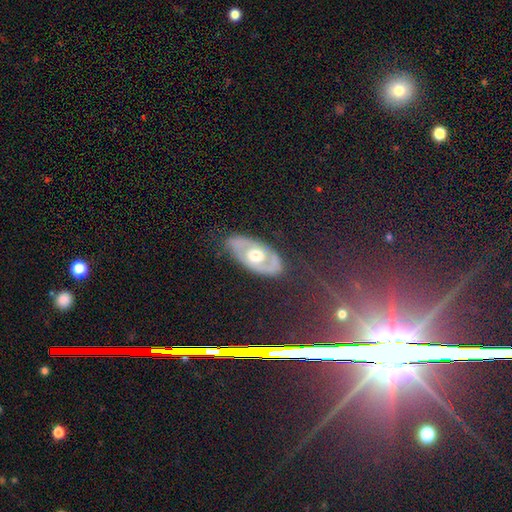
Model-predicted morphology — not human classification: Smooth or featured?
  - featured or disk: 68% *
  - smooth: 25%
  - star or artifact: 6%
Edge-on disk?
  - no: 90% *
  - yes: 10%
Bar?
  - no: 81% *
  - weak: 15%
  - strong: 4%
Spiral arms?
  - yes: 52% *
  - no: 48%
Bulge size?
  - moderate: 68% *
  - large: 24%
  - small: 6%
  - dominant: 1%
  - none: 1%
Merging?
  - none: 77% *
  - minor disturbance: 16%
  - major disturbance: 5%
  - merger: 1%